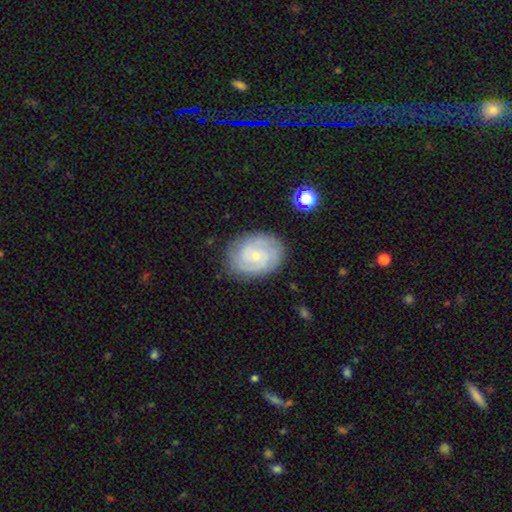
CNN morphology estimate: Smooth or featured?
  - featured or disk: 81% *
  - smooth: 13%
  - star or artifact: 6%
Edge-on disk?
  - no: 98% *
  - yes: 2%
Bar?
  - no: 66% *
  - weak: 29%
  - strong: 4%
Spiral arms?
  - yes: 96% *
  - no: 4%
Spiral winding?
  - tight: 65% *
  - medium: 29%
  - loose: 5%
Spiral arm count?
  - 2: 46% *
  - 3: 23%
  - can't tell: 18%
  - 4: 5%
  - 1: 4%
  - more than 4: 4%
Bulge size?
  - small: 74% *
  - moderate: 23%
  - none: 2%
  - large: 1%
  - dominant: 1%
Merging?
  - none: 83% *
  - minor disturbance: 12%
  - major disturbance: 3%
  - merger: 1%